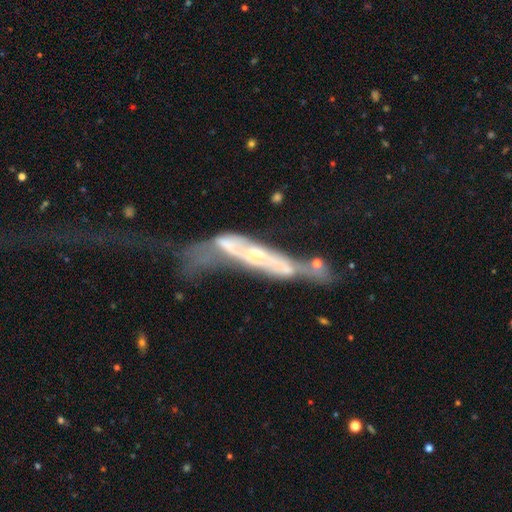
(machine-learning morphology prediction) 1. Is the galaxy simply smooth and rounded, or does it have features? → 67% featured or disk, 23% smooth, 10% star or artifact.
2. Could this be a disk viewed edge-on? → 56% no, 44% yes.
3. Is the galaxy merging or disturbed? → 39% merger, 35% major disturbance, 14% none, 12% minor disturbance.